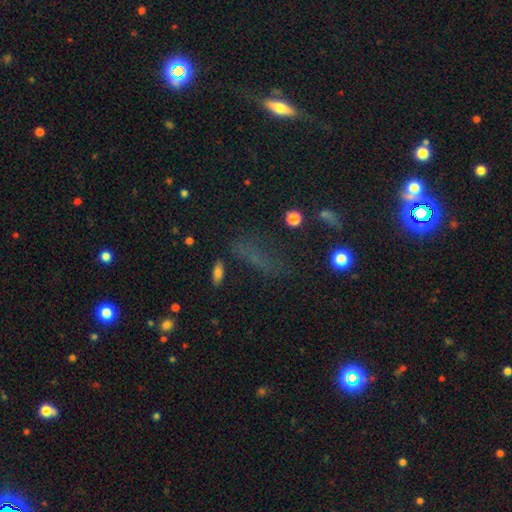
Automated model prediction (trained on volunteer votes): The model was most divided on "smooth or featured": smooth: 43%, star or artifact: 37%, featured or disk: 20%. More confident: merging — none (61%).